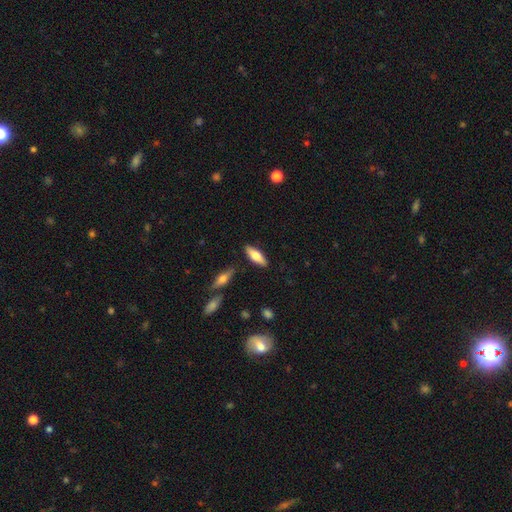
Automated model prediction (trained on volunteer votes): Smooth or featured? Predicted: smooth (p=0.62). How rounded? Predicted: in between (p=0.59). Merging? Predicted: none (p=0.85).